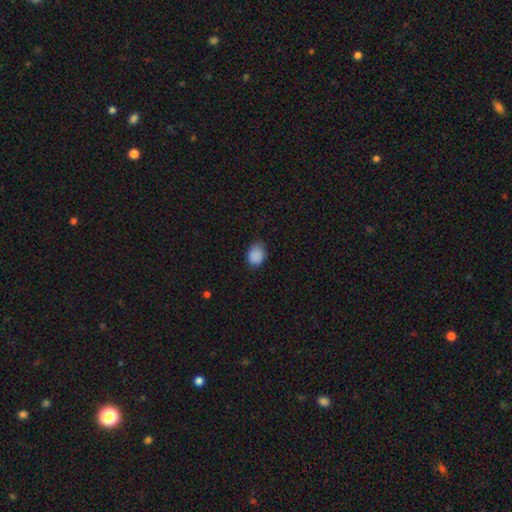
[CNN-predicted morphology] Overall: smooth (87%). How rounded: in between (54%; round 45%). Merging: none (65%; minor disturbance 29%).